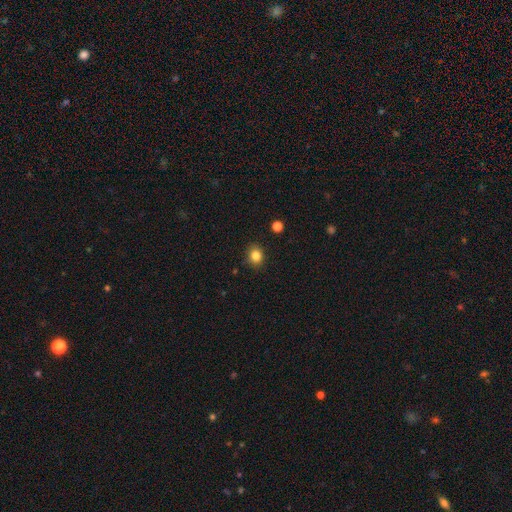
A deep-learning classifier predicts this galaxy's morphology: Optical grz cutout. It shows a smooth galaxy with no disk features (84%) that is round (64%). Merging: none (86%).